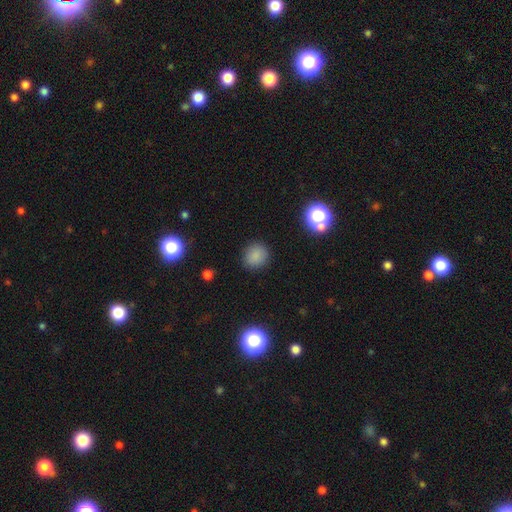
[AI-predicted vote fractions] smooth 82%, star or artifact 13%, featured or disk 4%. Down the decision tree: how rounded — round (83%); merging — none (88%).